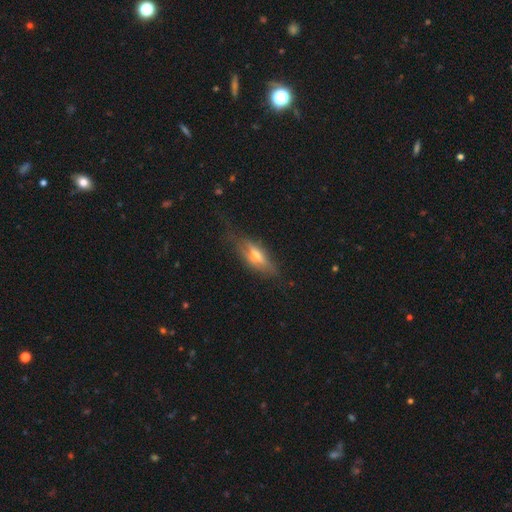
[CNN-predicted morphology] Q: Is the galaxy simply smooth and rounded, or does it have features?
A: featured or disk — 55%.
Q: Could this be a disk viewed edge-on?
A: yes — 84%.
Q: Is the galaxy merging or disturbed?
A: none — 68%.